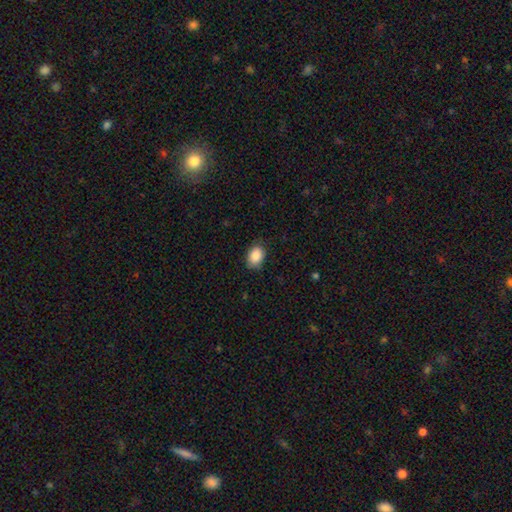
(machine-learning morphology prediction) A smooth galaxy with no disk features (89%) that is in between round and cigar-shaped (76%).

Vote fractions:
- Smooth or featured? smooth: 89% / star or artifact: 7% / featured or disk: 4%
- How rounded? in between: 76% / round: 23% / cigar-shaped: 1%
- Merging? none: 81% / minor disturbance: 15% / major disturbance: 3% / merger: 1%